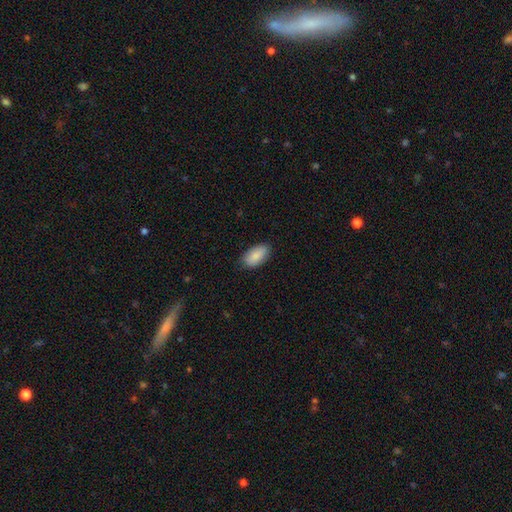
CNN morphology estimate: smooth-or-featured: smooth: 86% | featured or disk: 8% | star or artifact: 6%
  how-rounded: in between: 94% | round: 3% | cigar-shaped: 3%
  merging: none: 83% | minor disturbance: 14% | major disturbance: 2% | merger: 1%